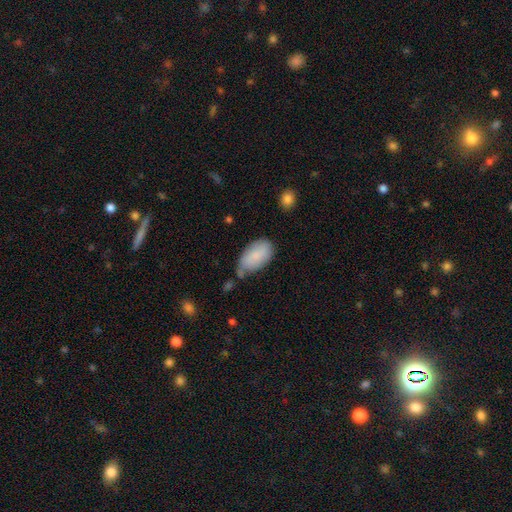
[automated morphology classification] Q: Smooth or featured?
A: smooth (82%); runner-up: featured or disk (11%)
Q: How rounded?
A: in between (94%); runner-up: round (3%)
Q: Merging?
A: none (50%); runner-up: minor disturbance (32%)